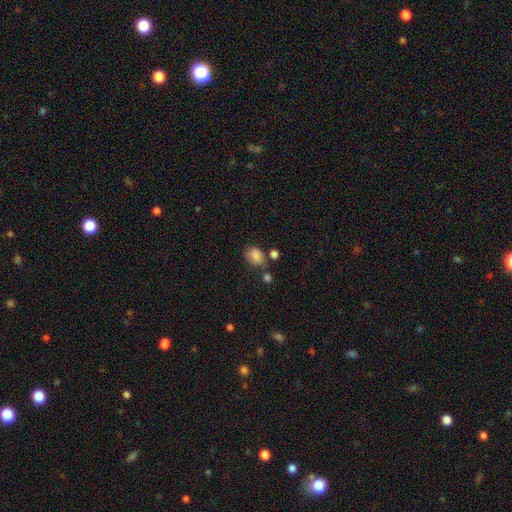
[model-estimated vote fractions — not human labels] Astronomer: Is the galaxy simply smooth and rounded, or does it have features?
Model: smooth — 84%.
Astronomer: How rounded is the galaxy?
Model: in between — 58% (runner-up: round, 40%).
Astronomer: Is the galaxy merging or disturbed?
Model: none — 56%.